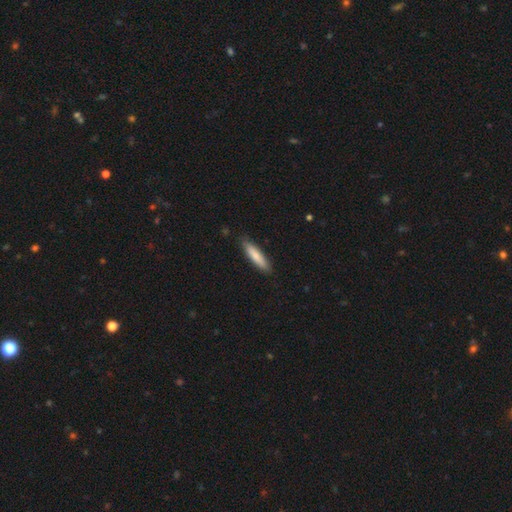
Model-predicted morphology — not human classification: Smooth or featured? Predicted: smooth (p=0.79). How rounded? Predicted: cigar-shaped (p=0.78). Merging? Predicted: none (p=0.87).